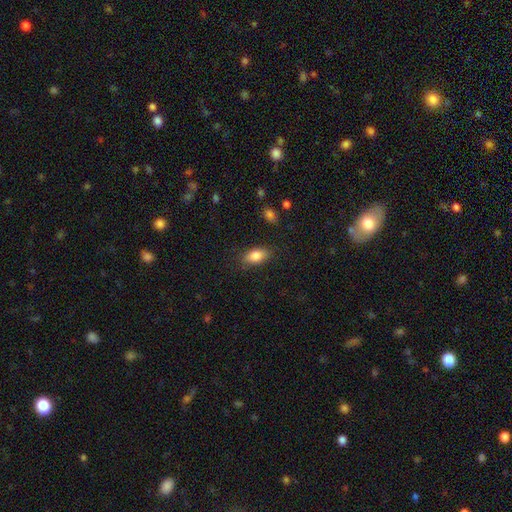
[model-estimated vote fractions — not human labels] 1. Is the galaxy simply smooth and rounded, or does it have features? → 84% smooth, 9% featured or disk, 8% star or artifact.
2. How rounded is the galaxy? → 89% in between, 6% round, 5% cigar-shaped.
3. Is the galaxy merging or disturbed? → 83% none, 12% minor disturbance, 3% major disturbance, 1% merger.